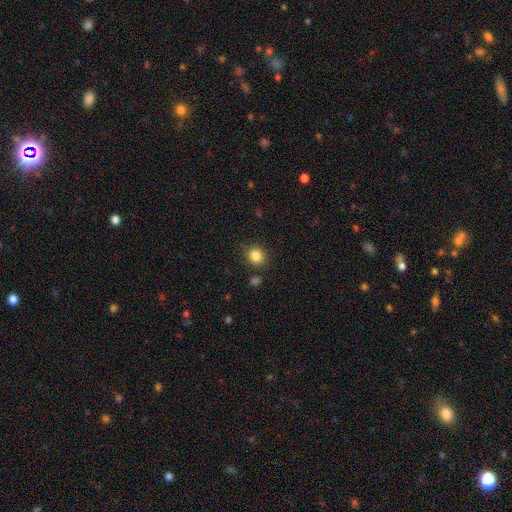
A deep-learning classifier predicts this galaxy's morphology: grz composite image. It shows a smooth galaxy with no disk features (84%) that is round (83%). Merging: none (84%).